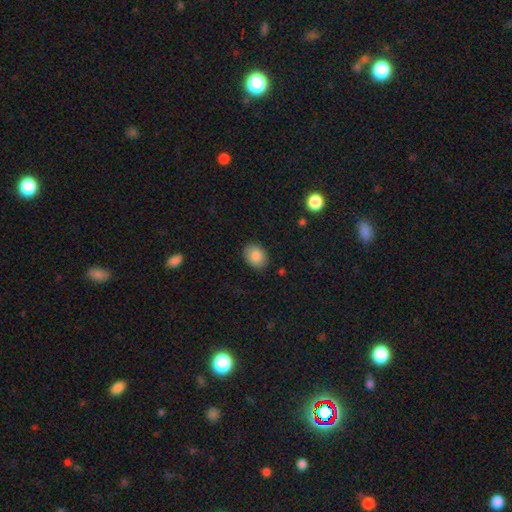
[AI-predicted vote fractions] smooth_or_featured: smooth (p=0.86) [alt: star or artifact p=0.08]
how_rounded: in between (p=0.66) [alt: round p=0.33]
merging: none (p=0.85) [alt: minor disturbance p=0.11]